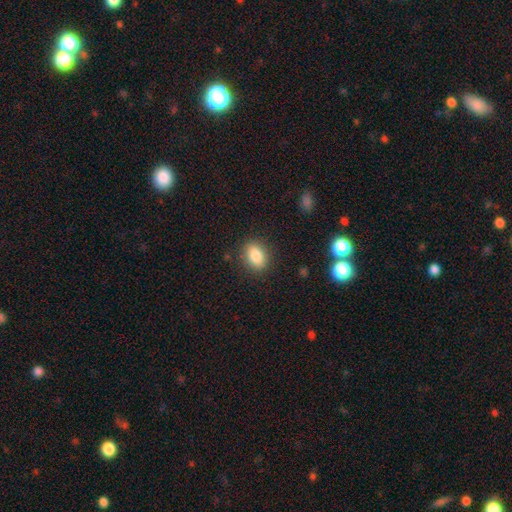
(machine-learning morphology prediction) Q: Smooth or featured?
A: smooth (84%); runner-up: star or artifact (9%)
Q: How rounded?
A: in between (72%); runner-up: round (26%)
Q: Merging?
A: none (87%); runner-up: minor disturbance (9%)